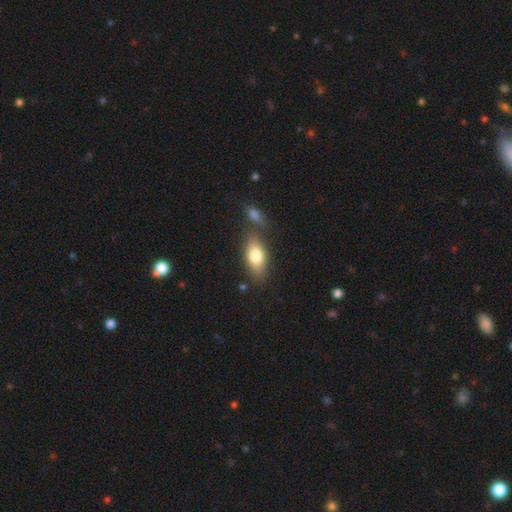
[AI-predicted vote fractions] This is likely a smooth galaxy (76%). How rounded: clearly in between (85%). Merging: likely none (67%).